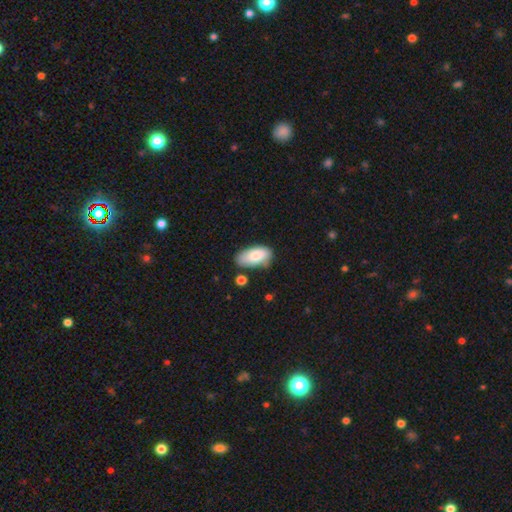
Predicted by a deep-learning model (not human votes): Smooth or featured: smooth — 82% (featured or disk — 11%)
How rounded: in between — 93% (cigar-shaped — 4%)
Merging: none — 65% (minor disturbance — 24%)